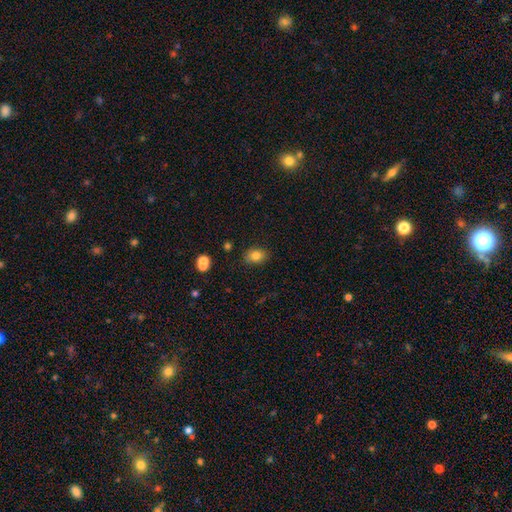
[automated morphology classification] Smooth or featured? smooth (81%)
How rounded? in between (68%)
Merging? none (80%)